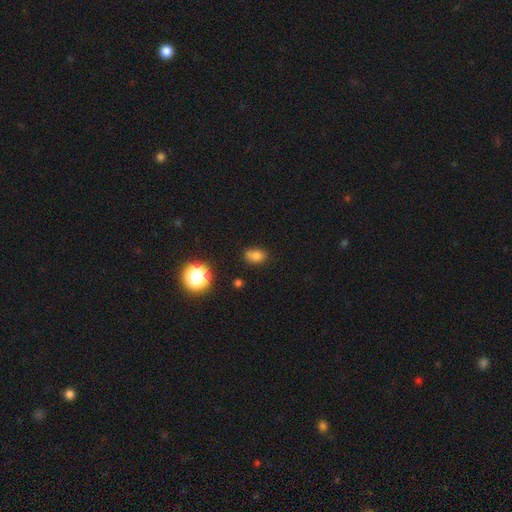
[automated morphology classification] This is likely a smooth galaxy (78%). How rounded: likely in between (76%). Merging: likely none (71%).